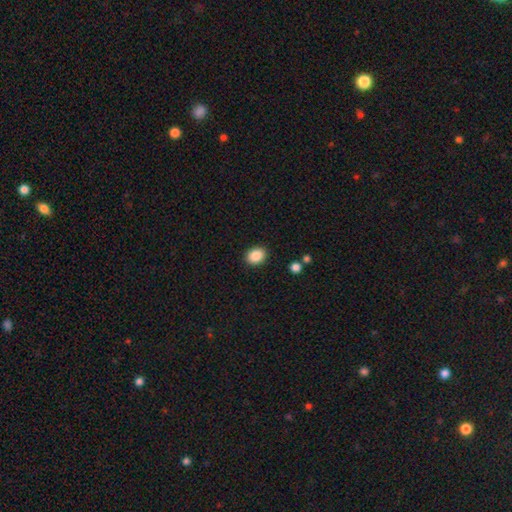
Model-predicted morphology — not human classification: Overall: smooth (87%). How rounded: in between (56%; round 43%). Merging: none (90%).